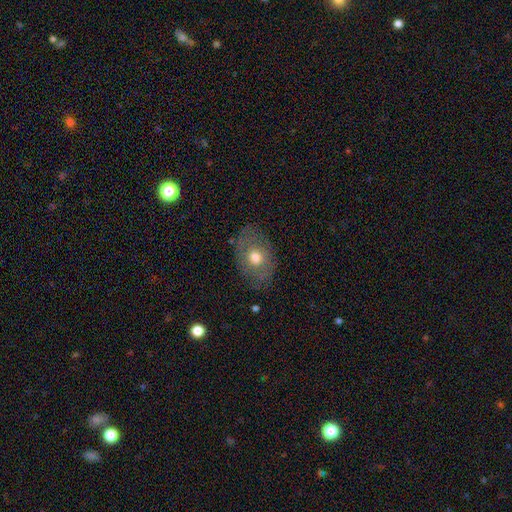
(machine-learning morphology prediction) type=smooth (55%); roundness=in between (74%); merging=none (80%).